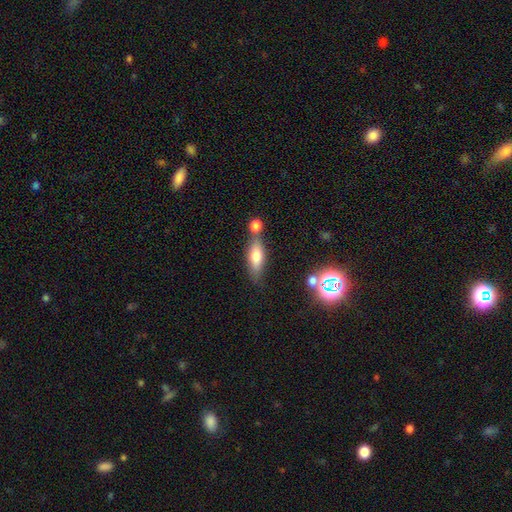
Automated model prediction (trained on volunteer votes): This appears to be a smooth galaxy with no disk features (67%) that is in between round and cigar-shaped (62%). Merging: none (53%).